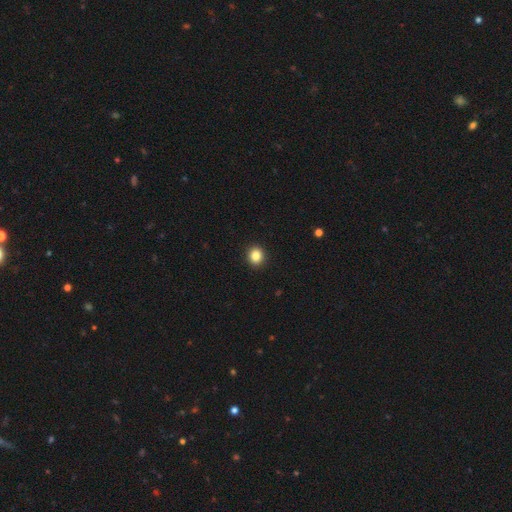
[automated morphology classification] smooth-or-featured: smooth: 85% | star or artifact: 11% | featured or disk: 5%
  how-rounded: round: 82% | in between: 17% | cigar-shaped: 1%
  merging: none: 93% | minor disturbance: 5% | major disturbance: 1% | merger: 1%